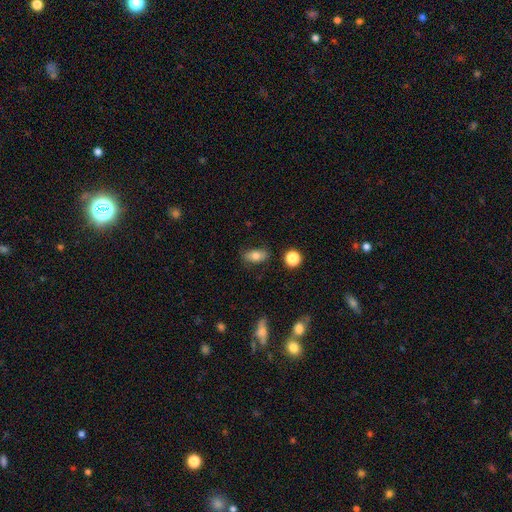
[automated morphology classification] Overall: smooth (75%). How rounded: in between (87%). Merging: none (79%).